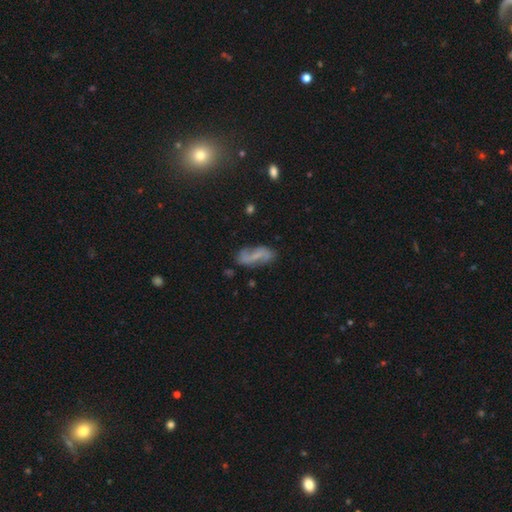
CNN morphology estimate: Smooth or featured: featured or disk — 62% (smooth — 28%)
Edge-on disk: no — 92% (yes — 8%)
Bar: weak — 39% (no — 35%)
Spiral arms: yes — 82% (no — 18%)
Bulge size: none — 50% (small — 35%)
Merging: none — 67% (minor disturbance — 20%)